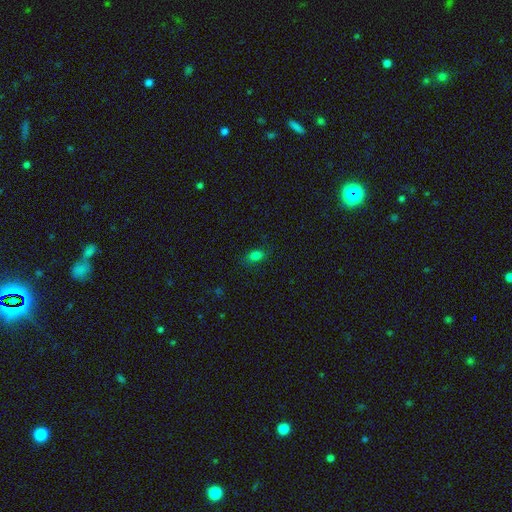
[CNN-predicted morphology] This is clearly a smooth galaxy (80%). How rounded: likely in between (79%). Merging: likely none (80%).